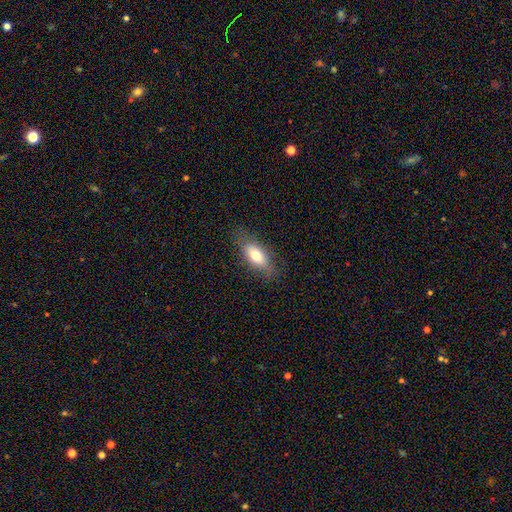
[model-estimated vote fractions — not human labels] smooth 71%, featured or disk 21%, star or artifact 8%. Down the decision tree: how rounded — in between (80%); merging — none (78%).